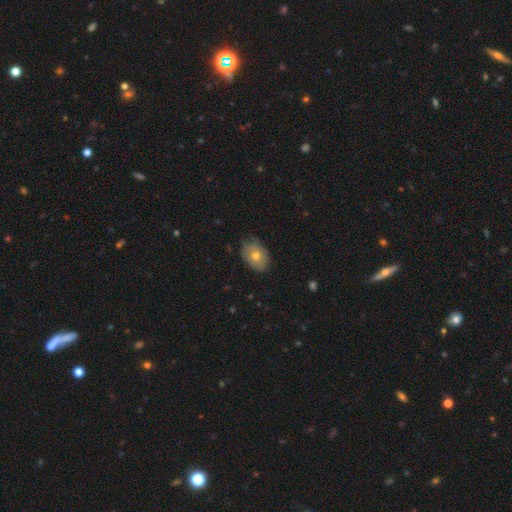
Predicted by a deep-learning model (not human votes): This is likely a smooth galaxy (70%). How rounded: likely in between (79%). Merging: likely none (79%).